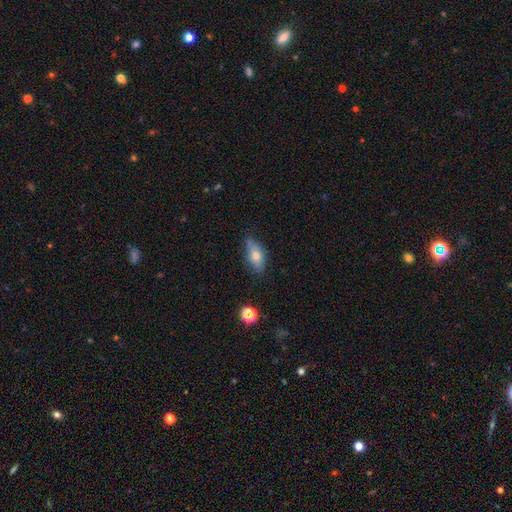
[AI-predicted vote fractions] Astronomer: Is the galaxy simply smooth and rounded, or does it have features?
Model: smooth — 65%.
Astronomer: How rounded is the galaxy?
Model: in between — 82%.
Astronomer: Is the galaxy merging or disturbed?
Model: none — 68%.